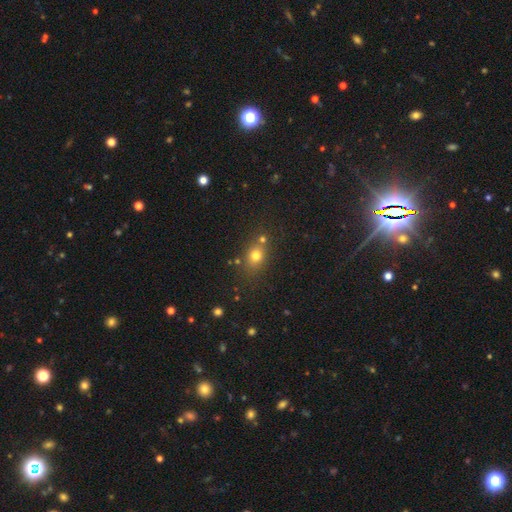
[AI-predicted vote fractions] smooth 73%, star or artifact 16%, featured or disk 10%. Down the decision tree: how rounded — round (61%); merging — none (66%).